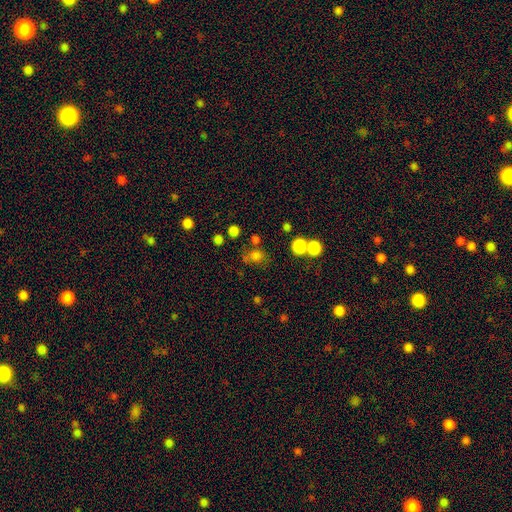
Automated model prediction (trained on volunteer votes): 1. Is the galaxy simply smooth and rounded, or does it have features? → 75% smooth, 16% star or artifact, 9% featured or disk.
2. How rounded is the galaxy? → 61% round, 37% in between, 1% cigar-shaped.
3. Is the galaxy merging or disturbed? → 59% none, 17% merger, 16% minor disturbance, 8% major disturbance.